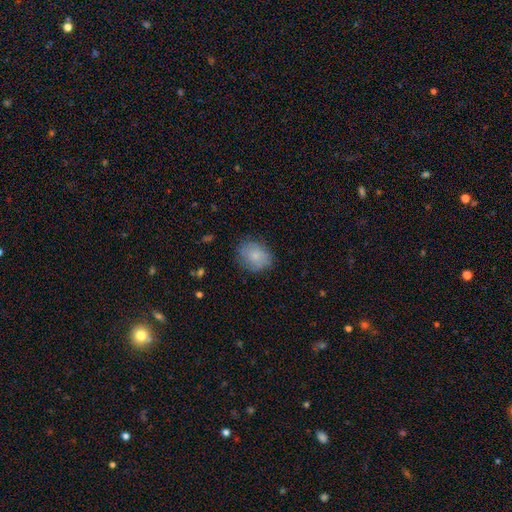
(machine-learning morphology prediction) This is likely a smooth galaxy (78%). How rounded: possibly round (57%). Merging: likely none (76%).